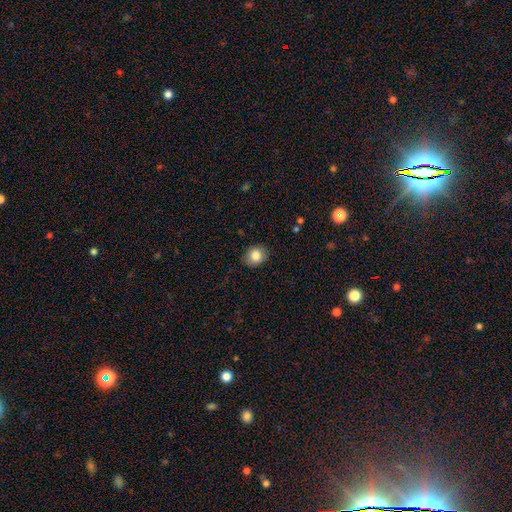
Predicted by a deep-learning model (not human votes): Smooth or featured? smooth (84%)
How rounded? round (58%)
Merging? none (85%)